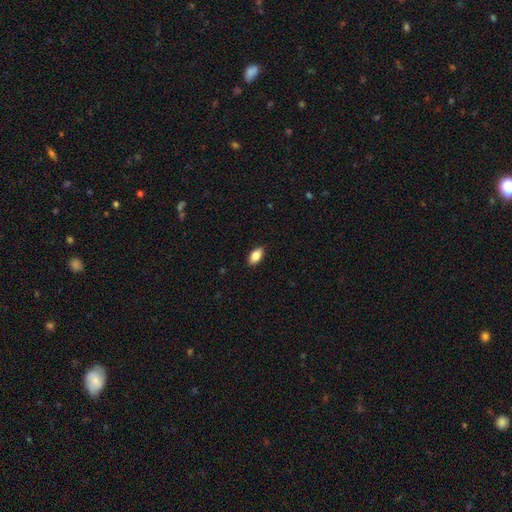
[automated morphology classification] smooth_or_featured: smooth (p=0.84) [alt: featured or disk p=0.09]
how_rounded: in between (p=0.91) [alt: cigar-shaped p=0.05]
merging: none (p=0.89) [alt: minor disturbance p=0.08]